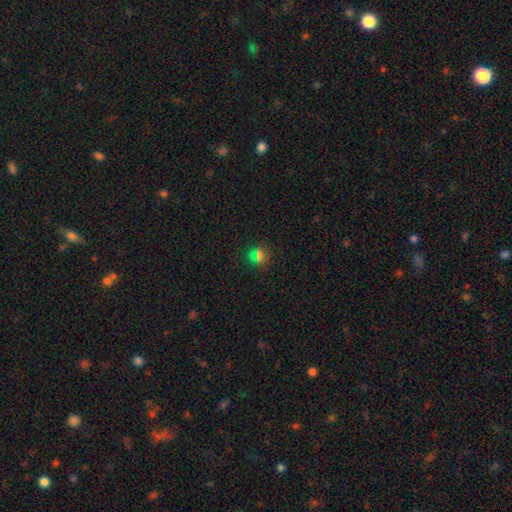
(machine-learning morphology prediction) A smooth galaxy with no disk features (58%) that is round (86%). Merging: none (87%).